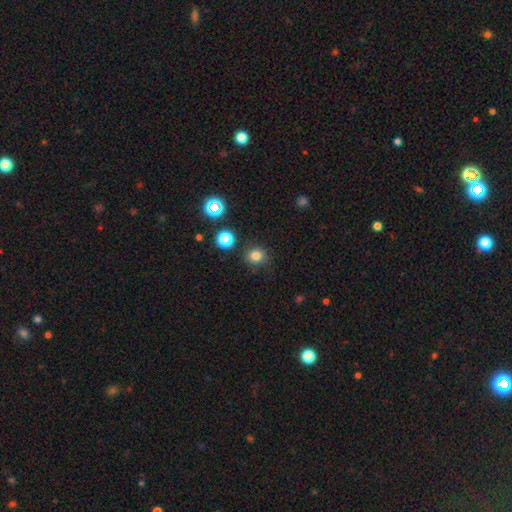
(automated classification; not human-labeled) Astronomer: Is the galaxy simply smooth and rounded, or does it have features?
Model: smooth — 79%.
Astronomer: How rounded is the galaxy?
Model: round — 84%.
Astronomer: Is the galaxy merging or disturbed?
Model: none — 85%.